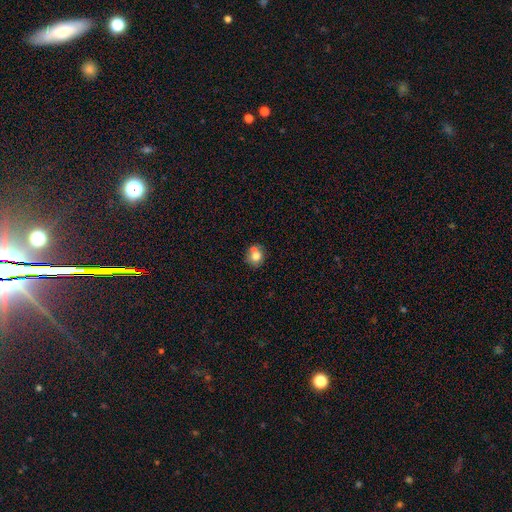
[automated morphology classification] Smooth or featured? Predicted: smooth (p=0.73). How rounded? Predicted: round (p=0.79). Merging? Predicted: none (p=0.55).